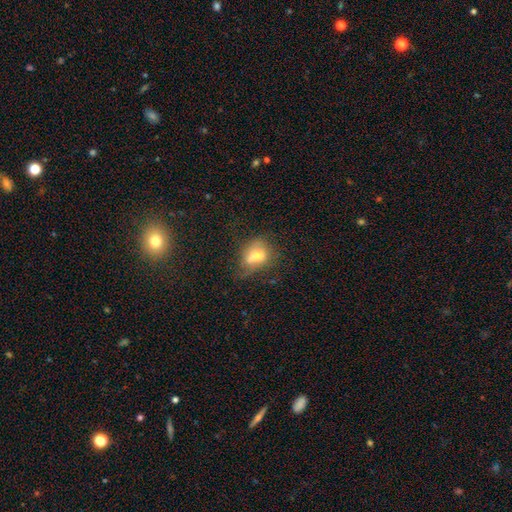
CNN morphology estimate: Q: Smooth or featured?
A: smooth (54%); runner-up: featured or disk (31%)
Q: How rounded?
A: in between (60%); runner-up: round (35%)
Q: Merging?
A: none (46%); runner-up: minor disturbance (25%)